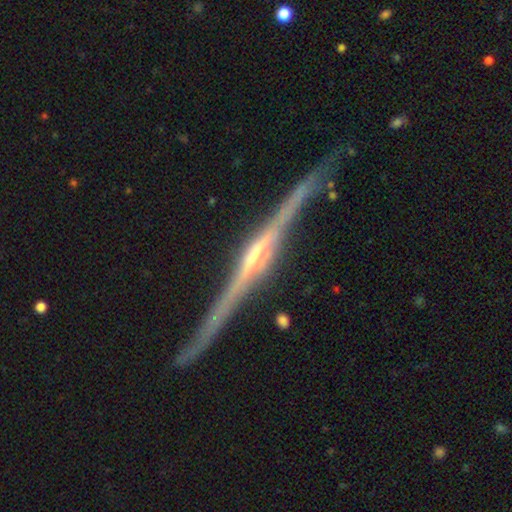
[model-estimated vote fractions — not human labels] smooth-or-featured: featured or disk: 88% | smooth: 7% | star or artifact: 5%
  disk-edge-on: yes: 98% | no: 2%
    edge-on-bulge: rounded: 60% | none: 21% | boxy: 19%
  merging: none: 82% | minor disturbance: 13% | major disturbance: 3% | merger: 2%